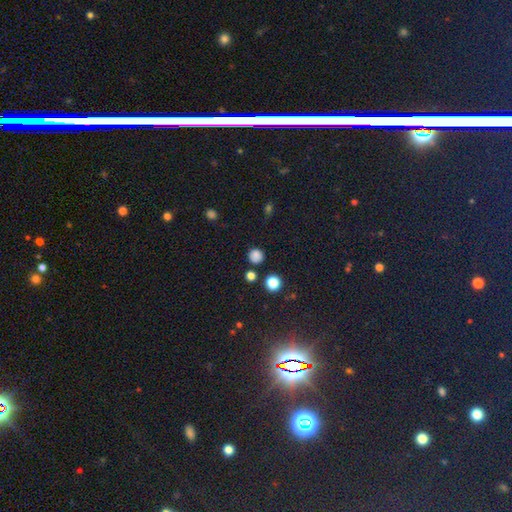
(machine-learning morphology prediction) This appears to be a smooth galaxy with no disk features (79%) that is round (90%). Merging: none (80%).